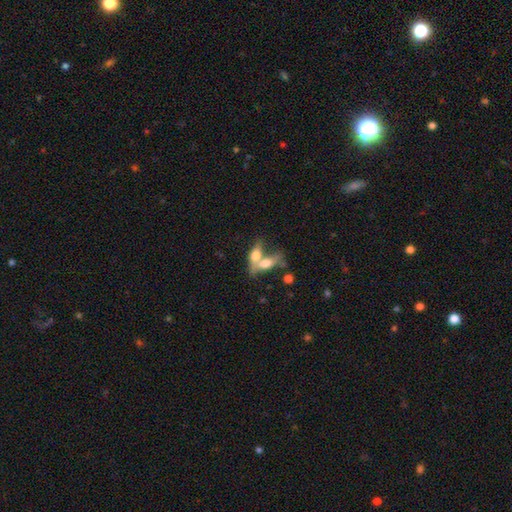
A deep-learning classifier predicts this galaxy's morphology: Smooth or featured? smooth (61%)
How rounded? in between (71%)
Merging? merger (66%)